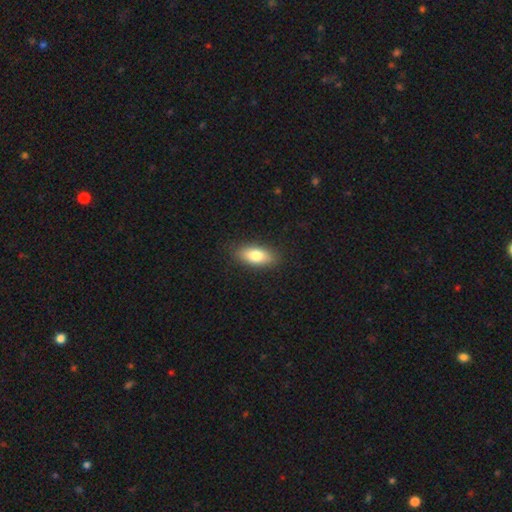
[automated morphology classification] A smooth galaxy with no disk features (77%) that is in between round and cigar-shaped (82%).

Vote fractions:
- Smooth or featured? smooth: 77% / featured or disk: 16% / star or artifact: 7%
- How rounded? in between: 82% / cigar-shaped: 14% / round: 4%
- Merging? none: 88% / minor disturbance: 9% / major disturbance: 2% / merger: 1%